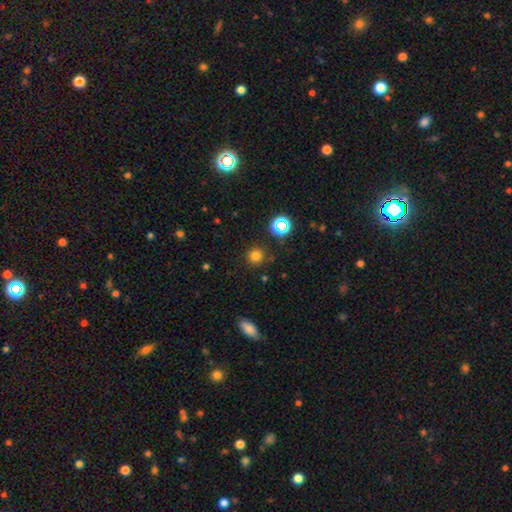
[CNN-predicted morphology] Smooth or featured: smooth — 75% (star or artifact — 19%)
How rounded: round — 93% (in between — 6%)
Merging: none — 86% (minor disturbance — 8%)